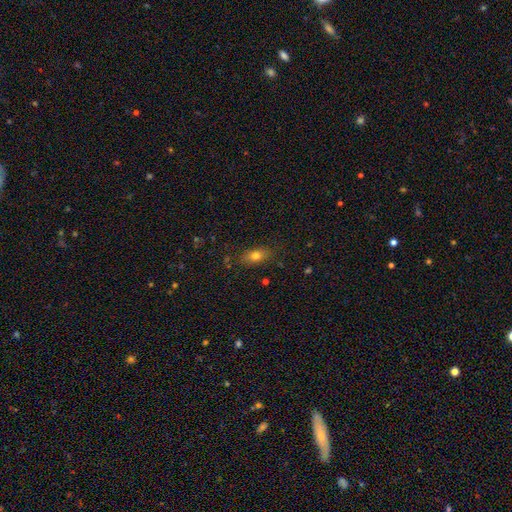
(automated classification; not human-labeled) Q: Smooth or featured?
A: smooth (77%); runner-up: featured or disk (13%)
Q: How rounded?
A: in between (81%); runner-up: round (13%)
Q: Merging?
A: none (81%); runner-up: minor disturbance (14%)